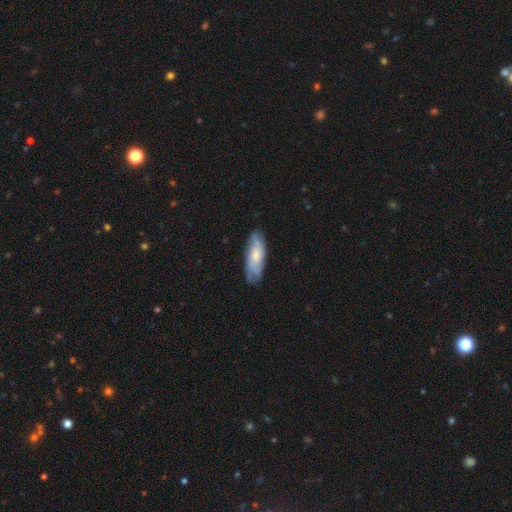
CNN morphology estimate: This appears to be a smooth galaxy with no disk features (62%) that is in between round and cigar-shaped (62%). Merging: none (72%).